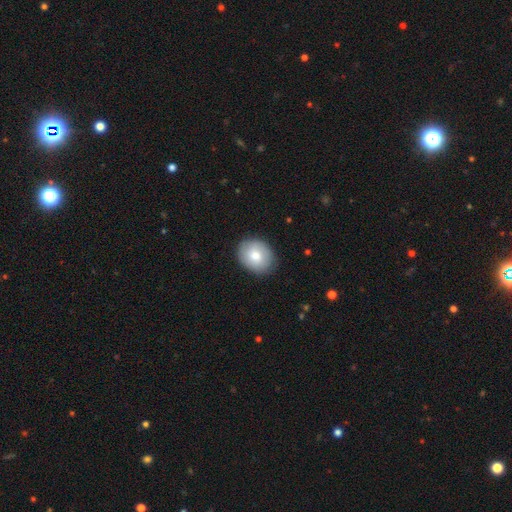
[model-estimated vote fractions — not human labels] Smooth or featured: smooth — 76% (featured or disk — 17%)
How rounded: round — 54% (in between — 45%)
Merging: none — 86% (minor disturbance — 11%)